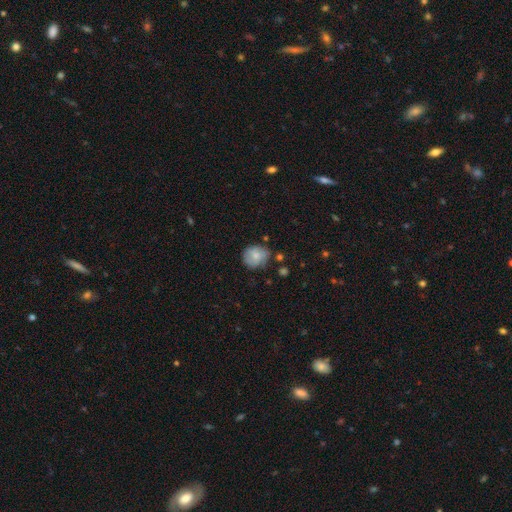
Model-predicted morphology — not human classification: This appears to be a smooth galaxy with no disk features (70%) that is round (78%). Merging: none (65%).